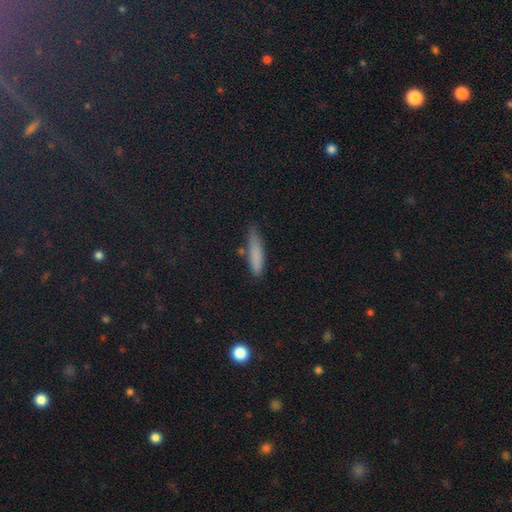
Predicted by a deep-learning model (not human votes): Smooth or featured? Predicted: smooth (p=0.78). How rounded? Predicted: cigar-shaped (p=0.82). Merging? Predicted: none (p=0.72).